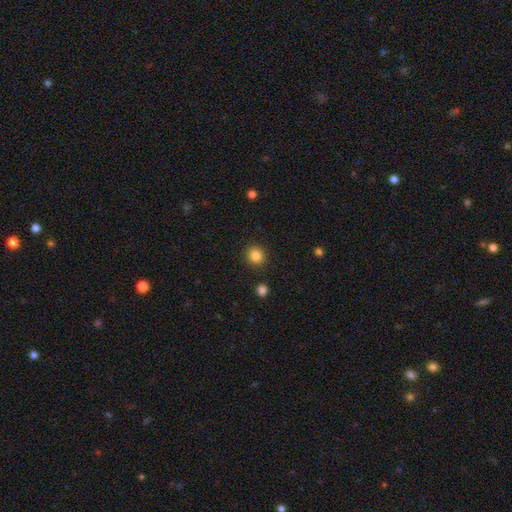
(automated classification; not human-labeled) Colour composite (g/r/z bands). It shows a smooth galaxy with no disk features (85%) that is round (91%). Merging: none (91%).